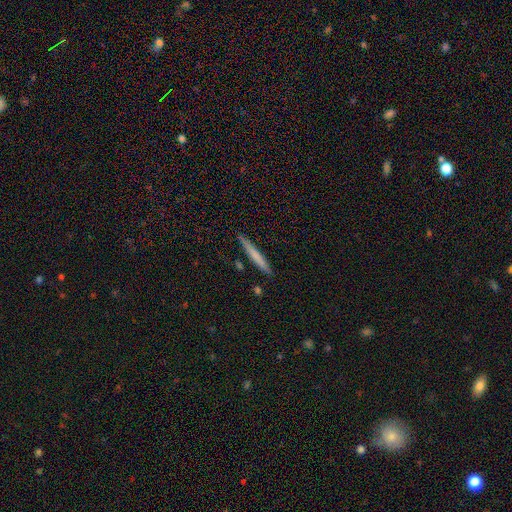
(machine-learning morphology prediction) Smooth or featured?
  - smooth: 68% *
  - featured or disk: 26%
  - star or artifact: 6%
How rounded?
  - cigar-shaped: 96% *
  - in between: 2%
  - round: 1%
Merging?
  - none: 88% *
  - minor disturbance: 8%
  - merger: 3%
  - major disturbance: 2%